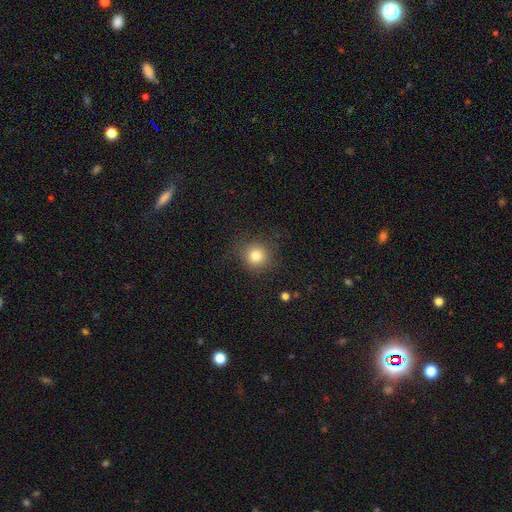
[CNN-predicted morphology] Q: Smooth or featured?
A: smooth (80%); runner-up: star or artifact (12%)
Q: How rounded?
A: round (92%); runner-up: in between (7%)
Q: Merging?
A: none (84%); runner-up: minor disturbance (10%)